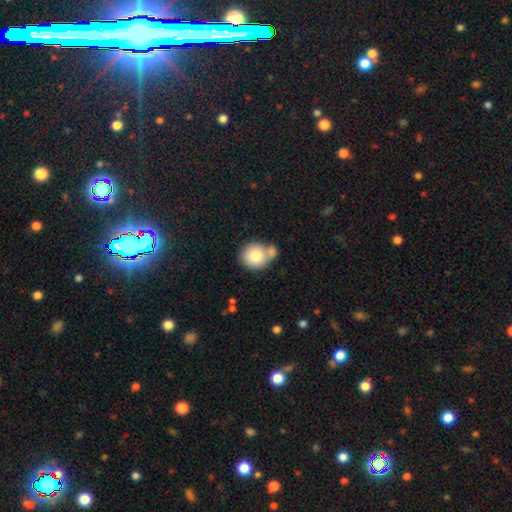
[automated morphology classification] Overall: smooth (79%). How rounded: round (83%). Merging: none (48%; merger 36%).